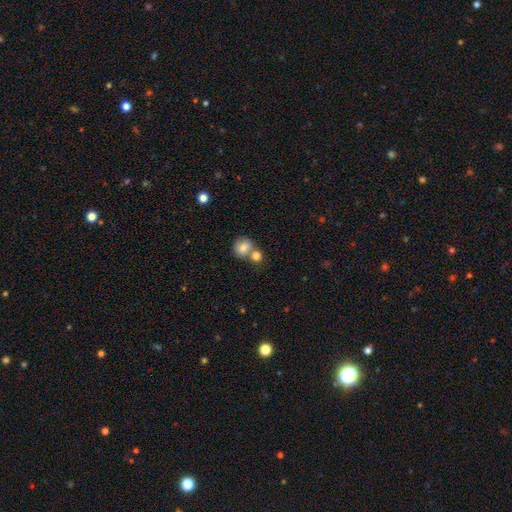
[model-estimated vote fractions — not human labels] A smooth galaxy with no disk features (79%) that is round (76%). Merging: merger (49%).